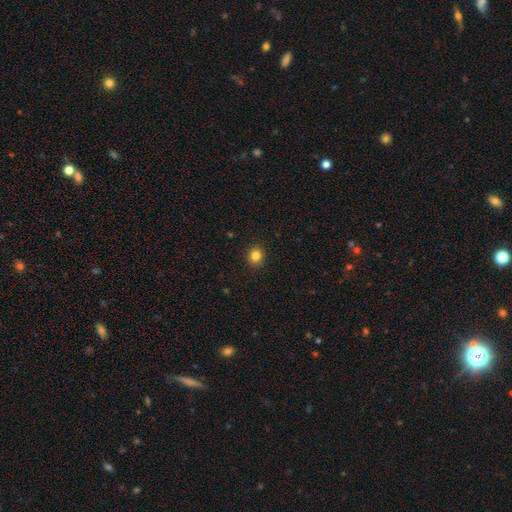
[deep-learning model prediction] This is clearly a smooth galaxy (83%). How rounded: clearly round (84%). Merging: clearly none (91%).